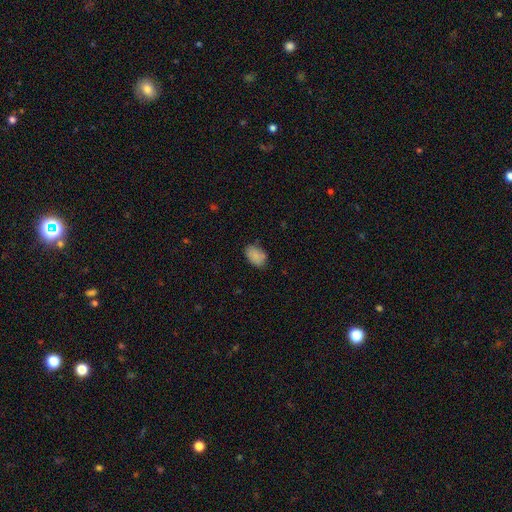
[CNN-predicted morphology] type=smooth (86%); roundness=in between (88%); merging=none (77%).